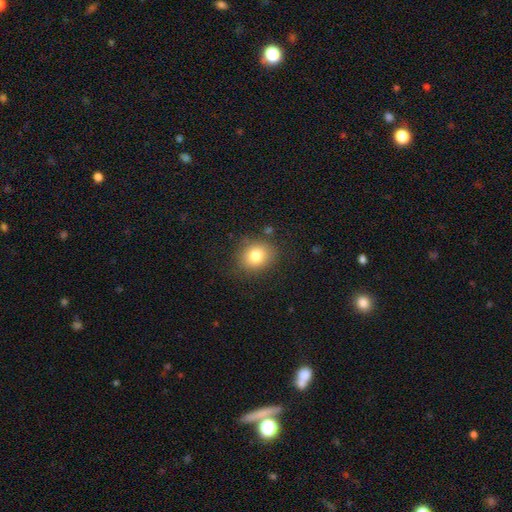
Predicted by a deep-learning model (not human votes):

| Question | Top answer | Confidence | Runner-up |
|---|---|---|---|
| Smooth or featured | smooth | 79% | star or artifact (11%) |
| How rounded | round | 69% | in between (30%) |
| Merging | none | 83% | minor disturbance (12%) |